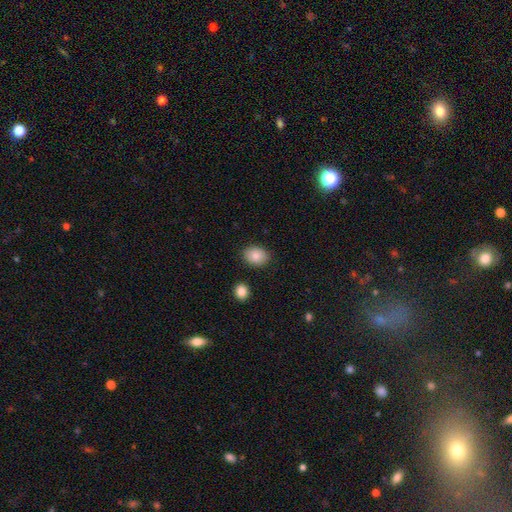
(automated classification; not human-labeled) This is clearly a smooth galaxy (84%). How rounded: likely in between (64%). Merging: clearly none (86%).